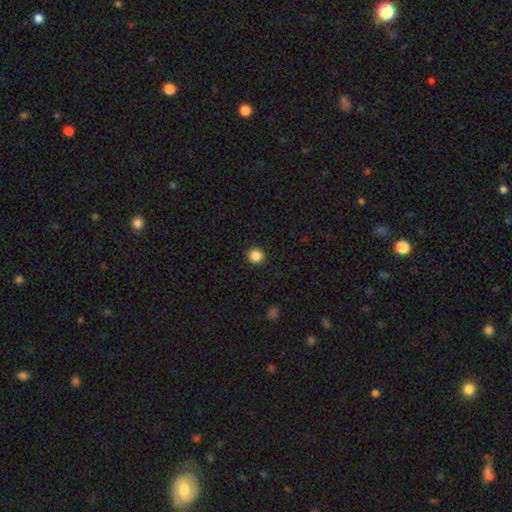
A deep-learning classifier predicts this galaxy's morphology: A smooth galaxy with no disk features (86%) that is round (94%).

Vote fractions:
- Smooth or featured? smooth: 86% / star or artifact: 11% / featured or disk: 3%
- How rounded? round: 94% / in between: 5% / cigar-shaped: 1%
- Merging? none: 92% / minor disturbance: 5% / major disturbance: 2% / merger: 1%